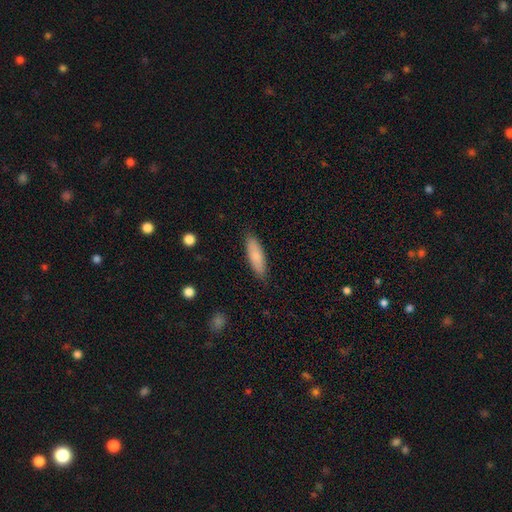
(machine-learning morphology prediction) type=smooth (82%); roundness=cigar-shaped (56%); merging=none (86%).